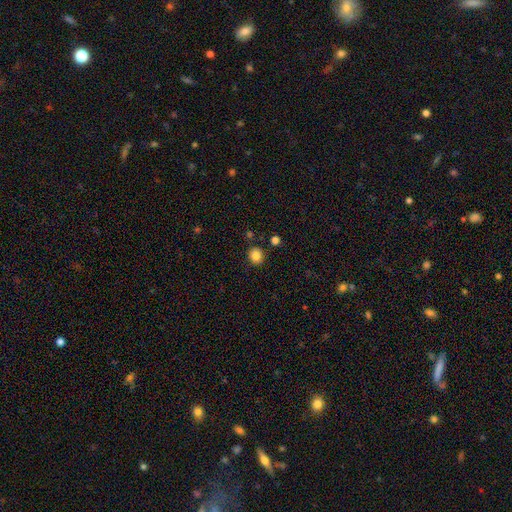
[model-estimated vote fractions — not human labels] The model was most divided on "how rounded": round: 80%, in between: 19%, cigar-shaped: 1%. More confident: merging — none (87%); smooth or featured — smooth (85%).